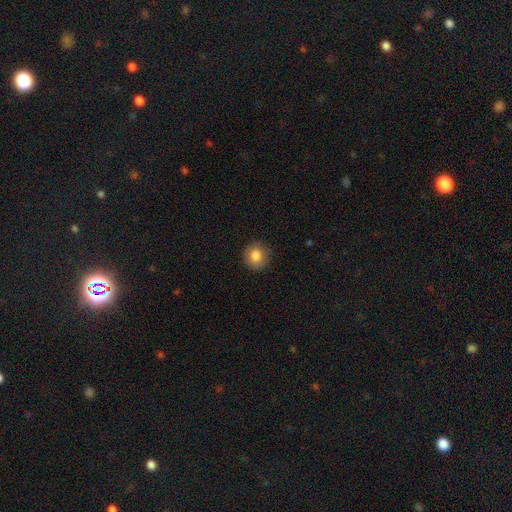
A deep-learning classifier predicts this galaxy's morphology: Smooth or featured? smooth (84%)
How rounded? round (85%)
Merging? none (85%)